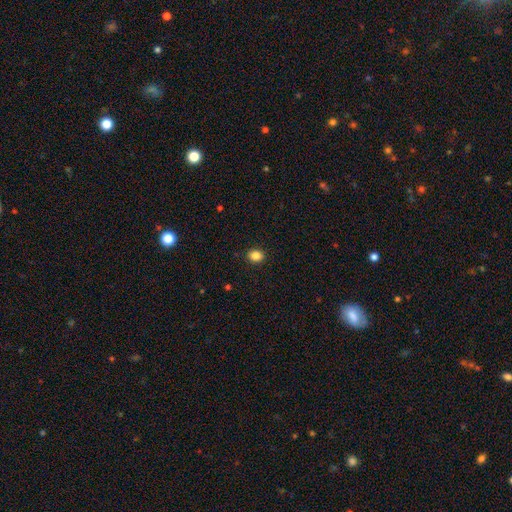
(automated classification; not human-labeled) Overall: smooth (86%). How rounded: round (55%; in between 44%). Merging: none (90%).